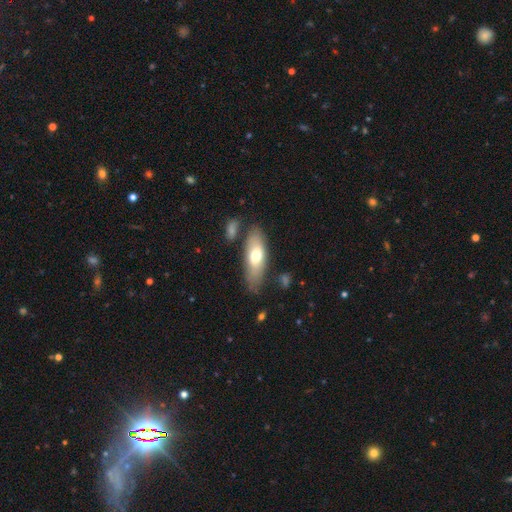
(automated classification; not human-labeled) This is likely a smooth galaxy (66%). How rounded: likely in between (68%). Merging: likely none (73%).